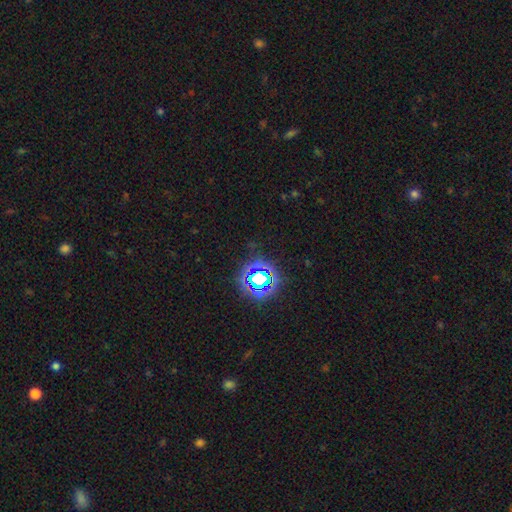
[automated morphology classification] The model was most divided on "smooth or featured": star or artifact: 81%, smooth: 14%, featured or disk: 6%.